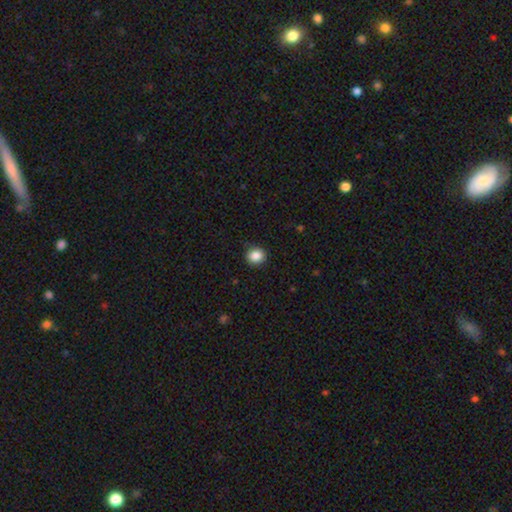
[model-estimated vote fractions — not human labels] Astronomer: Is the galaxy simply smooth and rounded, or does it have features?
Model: smooth — 87%.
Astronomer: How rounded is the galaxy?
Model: round — 87%.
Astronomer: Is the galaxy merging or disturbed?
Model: none — 90%.